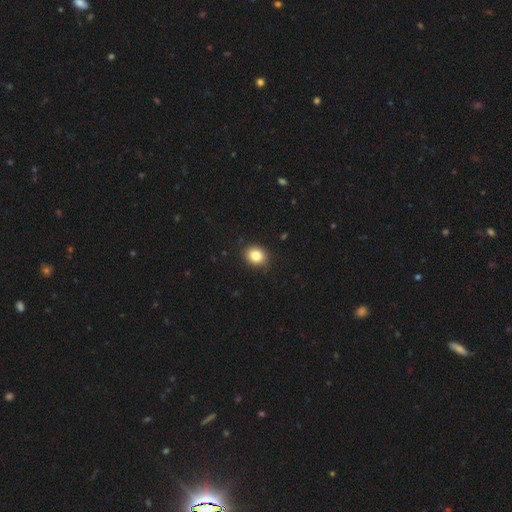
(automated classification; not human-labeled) smooth-or-featured: smooth: 84% | star or artifact: 10% | featured or disk: 6%
  how-rounded: round: 56% | in between: 43% | cigar-shaped: 1%
  merging: none: 87% | minor disturbance: 10% | major disturbance: 2% | merger: 1%